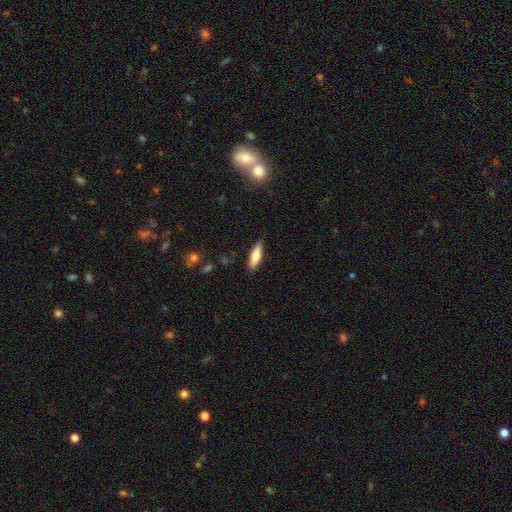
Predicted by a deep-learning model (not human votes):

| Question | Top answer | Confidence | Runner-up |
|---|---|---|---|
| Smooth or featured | smooth | 68% | featured or disk (26%) |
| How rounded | cigar-shaped | 56% | in between (42%) |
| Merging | none | 87% | minor disturbance (9%) |